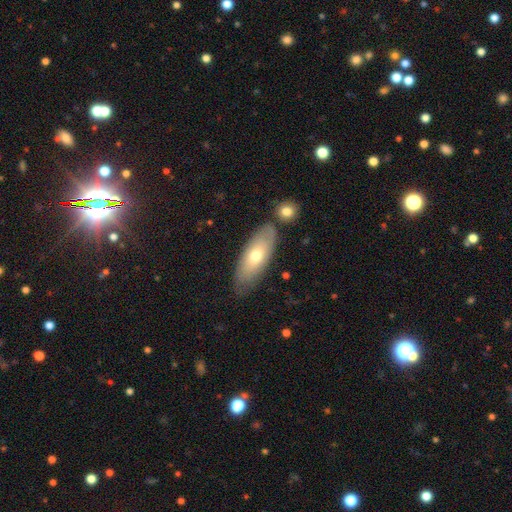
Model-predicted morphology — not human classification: Q: Smooth or featured?
A: smooth (65%); runner-up: featured or disk (29%)
Q: How rounded?
A: in between (73%); runner-up: cigar-shaped (24%)
Q: Merging?
A: none (74%); runner-up: minor disturbance (16%)